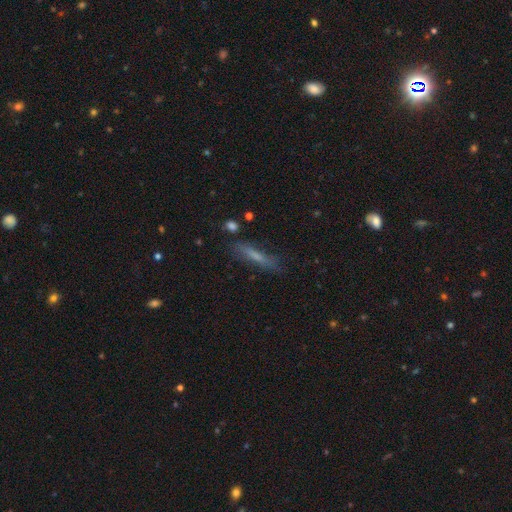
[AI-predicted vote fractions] Morphology: type=smooth (56%); roundness=cigar-shaped (87%); merging=none (75%).